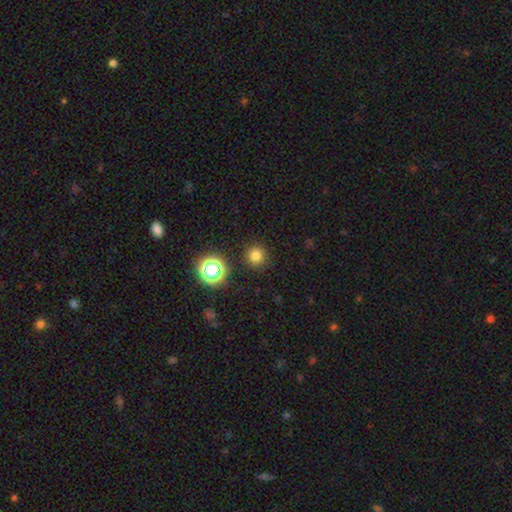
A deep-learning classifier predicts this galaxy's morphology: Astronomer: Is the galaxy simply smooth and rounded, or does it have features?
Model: smooth — 76%.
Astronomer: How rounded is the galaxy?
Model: round — 95%.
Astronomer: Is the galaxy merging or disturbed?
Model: none — 90%.